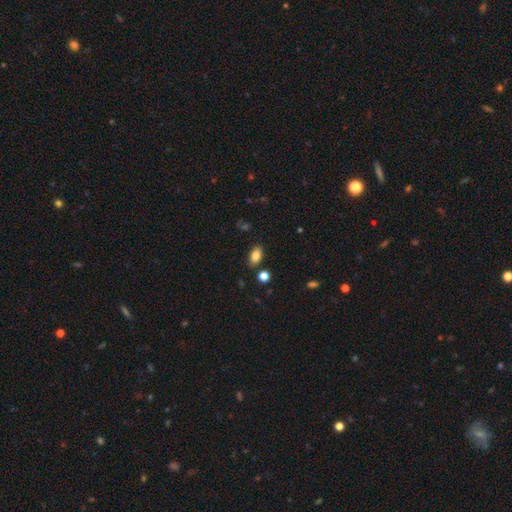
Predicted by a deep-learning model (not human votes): smooth-or-featured: smooth: 84% | star or artifact: 9% | featured or disk: 6%
  how-rounded: in between: 90% | round: 8% | cigar-shaped: 3%
  merging: none: 84% | minor disturbance: 10% | merger: 3% | major disturbance: 3%